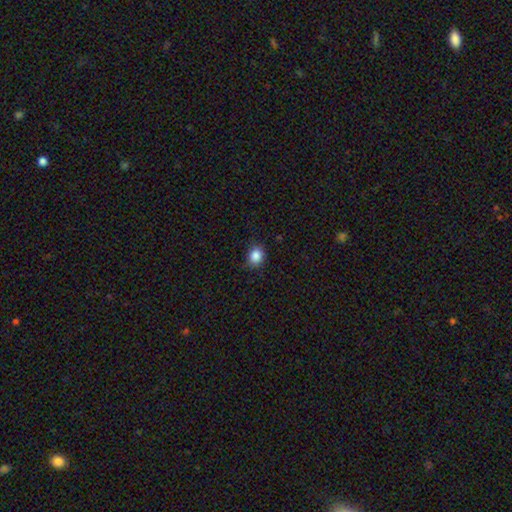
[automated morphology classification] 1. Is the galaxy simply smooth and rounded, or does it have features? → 86% smooth, 10% star or artifact, 4% featured or disk.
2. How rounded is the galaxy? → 65% round, 34% in between, 1% cigar-shaped.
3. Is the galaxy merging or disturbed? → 81% none, 15% minor disturbance, 3% major disturbance, 1% merger.